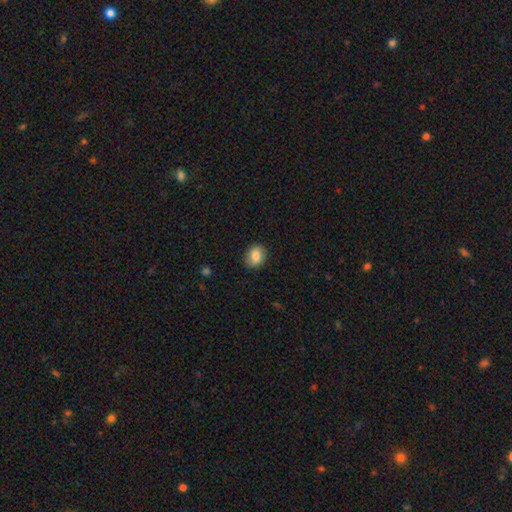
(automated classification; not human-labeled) smooth-or-featured: smooth: 81% | featured or disk: 11% | star or artifact: 8%
  how-rounded: in between: 53% | round: 46% | cigar-shaped: 1%
  merging: none: 87% | minor disturbance: 10% | major disturbance: 2% | merger: 1%